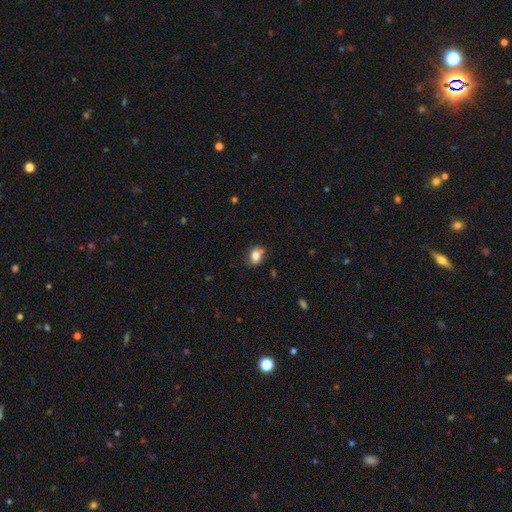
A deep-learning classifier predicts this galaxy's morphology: Smooth or featured: smooth — 78% (featured or disk — 13%)
How rounded: in between — 59% (round — 40%)
Merging: none — 66% (minor disturbance — 19%)